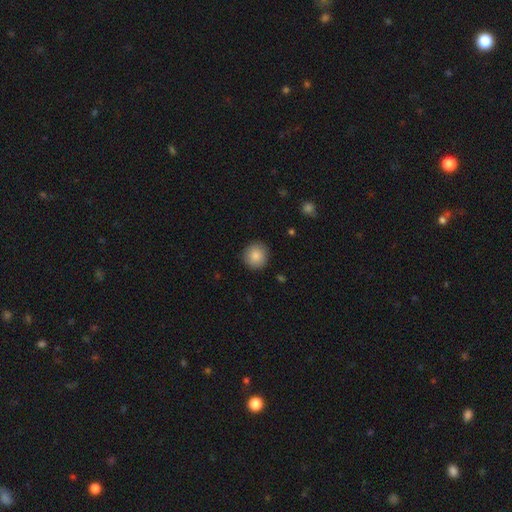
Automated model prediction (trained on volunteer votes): Overall: smooth (87%). How rounded: round (93%). Merging: none (91%).